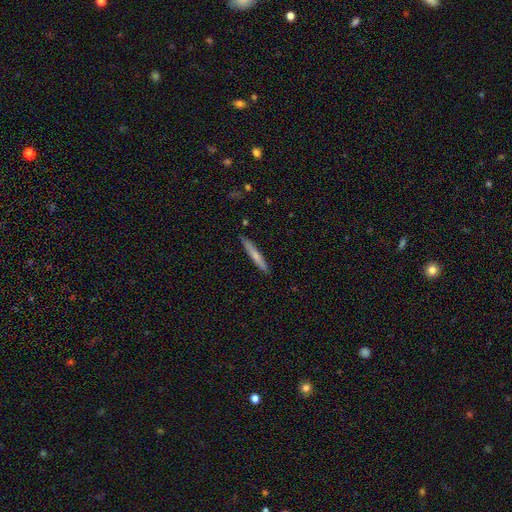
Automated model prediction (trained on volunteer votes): This appears to be a smooth galaxy with no disk features (63%) that is cigar-shaped (95%). Merging: none (89%).